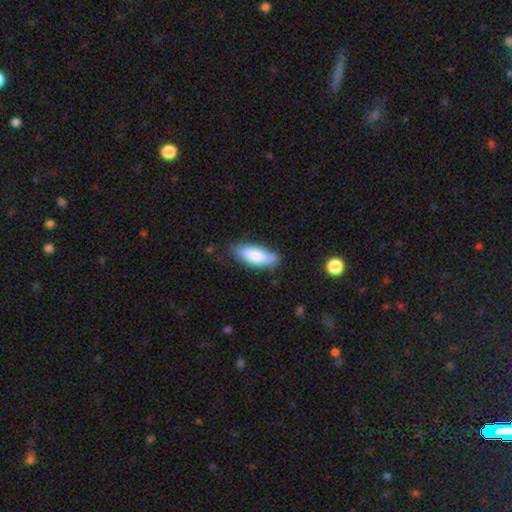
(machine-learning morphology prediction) This appears to be a smooth galaxy with no disk features (80%) that is in between round and cigar-shaped (70%). Merging: none (73%).